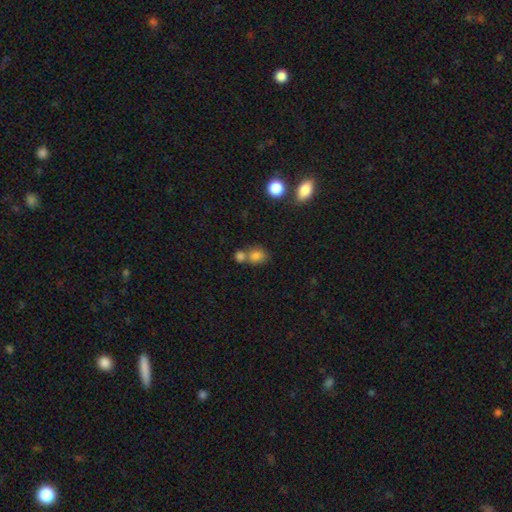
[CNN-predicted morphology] smooth 80%, star or artifact 12%, featured or disk 8%. Down the decision tree: how rounded — round (59%); merging — merger (45%).